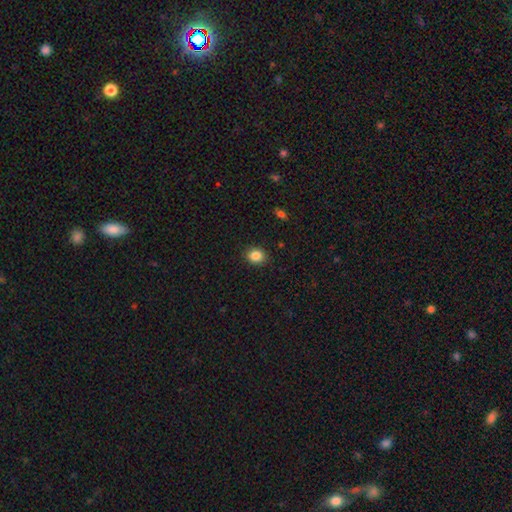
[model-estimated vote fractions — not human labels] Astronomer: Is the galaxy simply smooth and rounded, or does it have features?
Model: smooth — 86%.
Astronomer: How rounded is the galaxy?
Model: round — 60% (runner-up: in between, 40%).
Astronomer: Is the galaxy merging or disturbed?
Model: none — 89%.